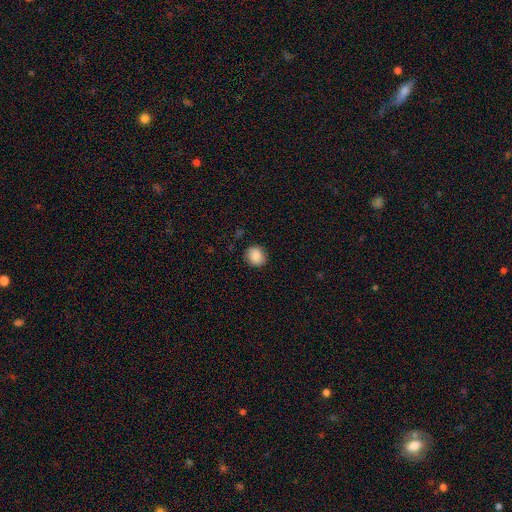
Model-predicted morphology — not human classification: Smooth or featured: smooth — 87% (star or artifact — 8%)
How rounded: round — 77% (in between — 22%)
Merging: none — 86% (minor disturbance — 10%)